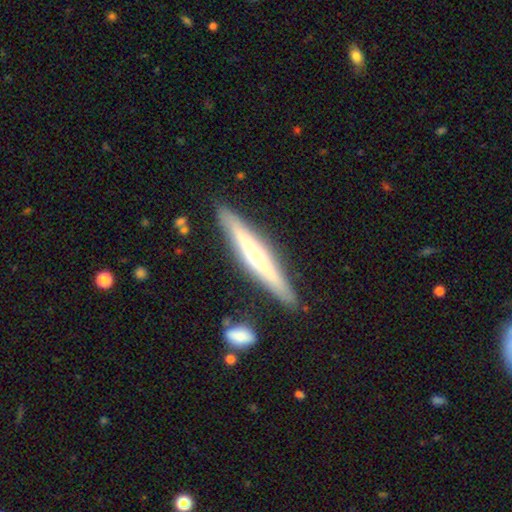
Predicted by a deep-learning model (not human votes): Overall: featured or disk (59%; smooth 35%). Edge-on disk: yes (94%). Edge-on bulge: rounded (72%). Merging: none (86%).